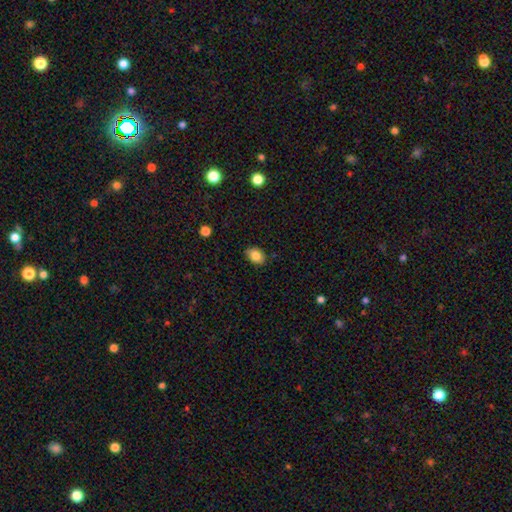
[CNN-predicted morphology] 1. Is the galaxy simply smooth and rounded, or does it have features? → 84% smooth, 8% star or artifact, 7% featured or disk.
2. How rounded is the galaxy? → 79% in between, 20% round, 1% cigar-shaped.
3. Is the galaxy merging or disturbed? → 85% none, 11% minor disturbance, 2% major disturbance, 1% merger.